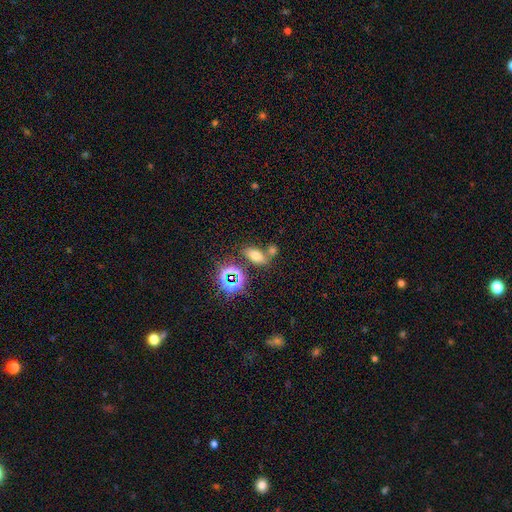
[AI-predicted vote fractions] Smooth or featured: smooth — 62% (star or artifact — 25%)
How rounded: in between — 84% (round — 11%)
Merging: none — 58% (merger — 26%)